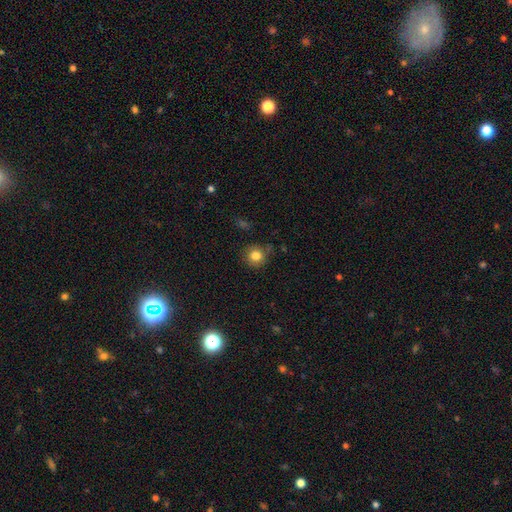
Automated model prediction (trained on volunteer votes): smooth-or-featured: smooth: 82% | star or artifact: 11% | featured or disk: 7%
  how-rounded: round: 90% | in between: 9% | cigar-shaped: 1%
  merging: none: 80% | minor disturbance: 15% | major disturbance: 3% | merger: 2%